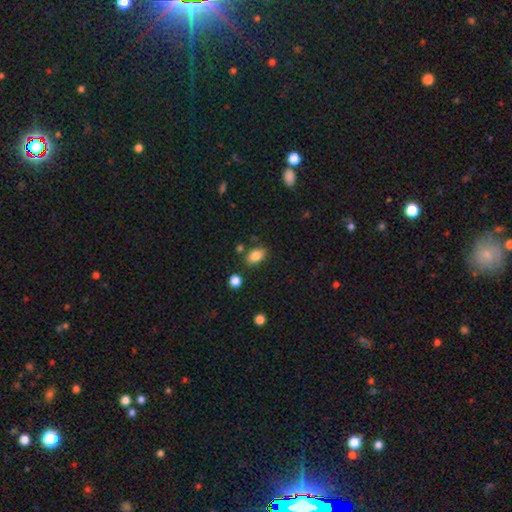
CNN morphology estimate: This is clearly a smooth galaxy (83%). How rounded: clearly in between (87%). Merging: likely none (79%).